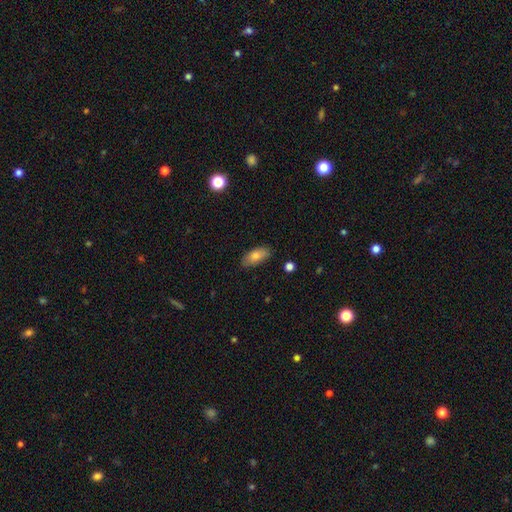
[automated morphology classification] Smooth or featured? Predicted: smooth (p=0.79). How rounded? Predicted: in between (p=0.88). Merging? Predicted: none (p=0.82).